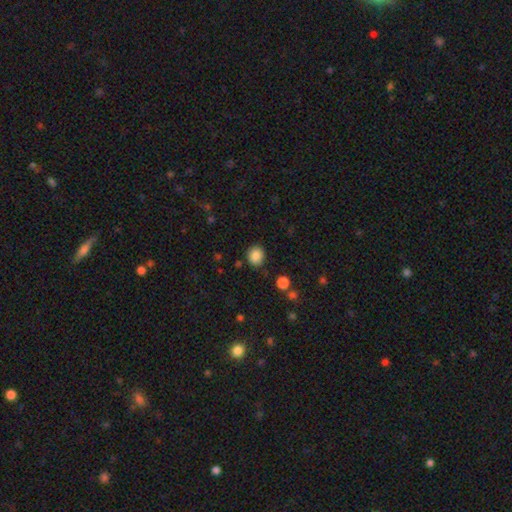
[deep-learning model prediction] This is clearly a smooth galaxy (86%). How rounded: likely round (77%). Merging: clearly none (86%).